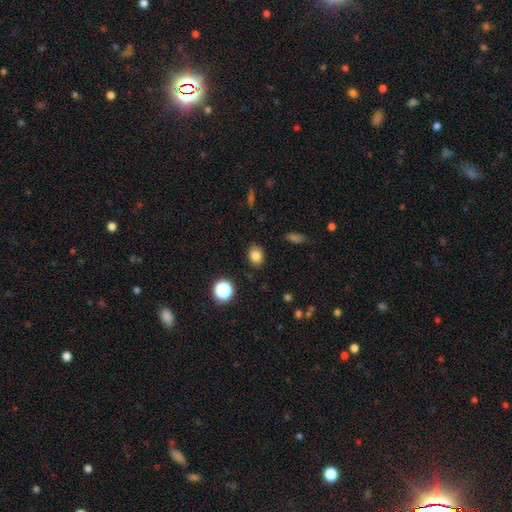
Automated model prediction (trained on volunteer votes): This is clearly a smooth galaxy (81%). How rounded: possibly in between (58%). Merging: clearly none (86%).